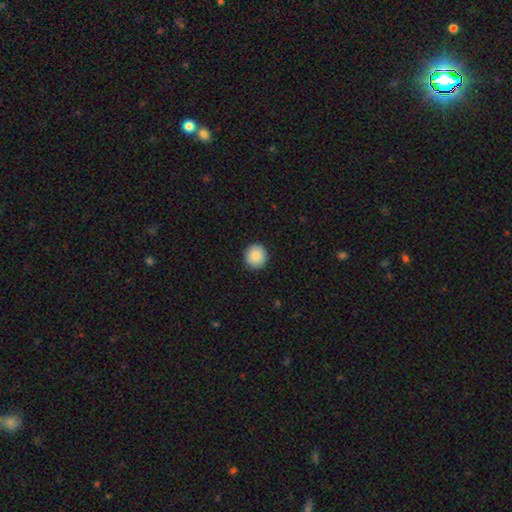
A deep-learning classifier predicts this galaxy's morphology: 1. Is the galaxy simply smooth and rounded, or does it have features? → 89% smooth, 7% star or artifact, 4% featured or disk.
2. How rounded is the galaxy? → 93% round, 6% in between, 1% cigar-shaped.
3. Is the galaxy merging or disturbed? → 92% none, 6% minor disturbance, 2% major disturbance, 1% merger.